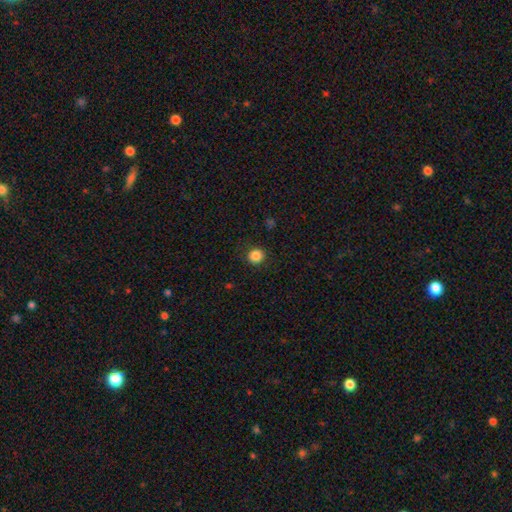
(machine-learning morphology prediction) The model was most divided on "smooth or featured": smooth: 85%, star or artifact: 11%, featured or disk: 4%. More confident: how rounded — round (91%); merging — none (90%).